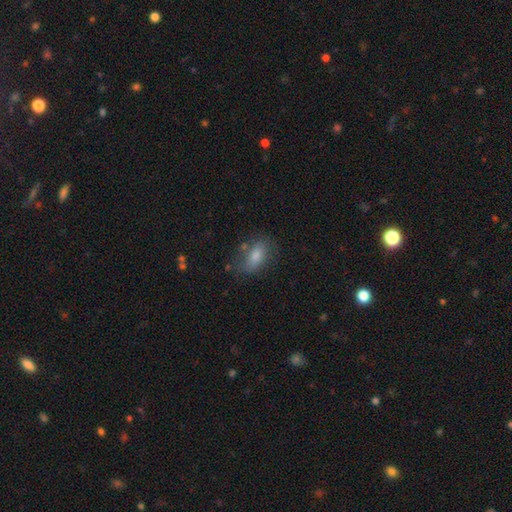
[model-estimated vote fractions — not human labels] Q: Smooth or featured?
A: smooth (71%); runner-up: featured or disk (17%)
Q: How rounded?
A: in between (85%); runner-up: round (9%)
Q: Merging?
A: none (68%); runner-up: minor disturbance (21%)